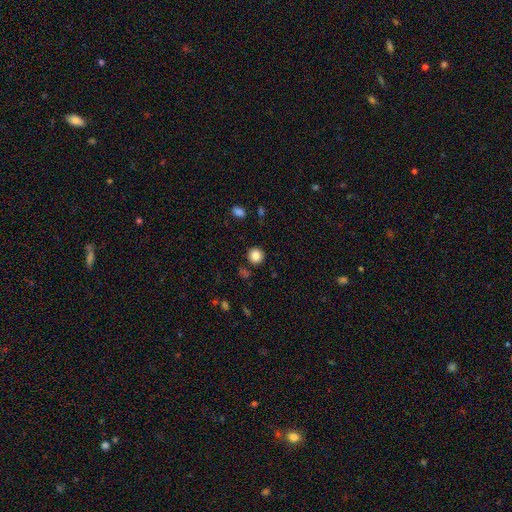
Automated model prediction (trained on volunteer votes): A smooth galaxy with no disk features (85%) that is round (93%). Merging: none (89%).